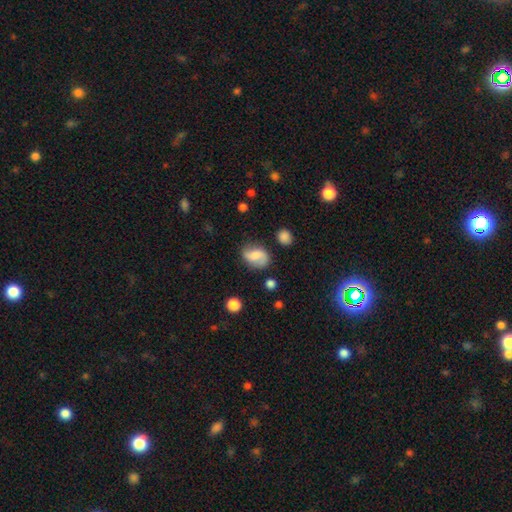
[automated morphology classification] A smooth galaxy with no disk features (47%). Merging: none (68%).